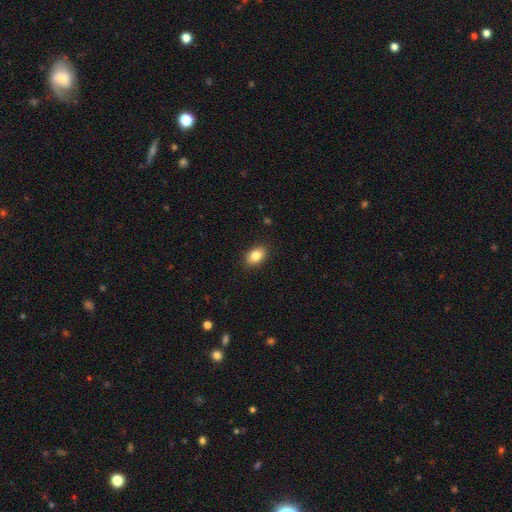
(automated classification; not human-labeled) smooth_or_featured: smooth (p=0.84) [alt: star or artifact p=0.08]
how_rounded: in between (p=0.84) [alt: round p=0.14]
merging: none (p=0.89) [alt: minor disturbance p=0.08]